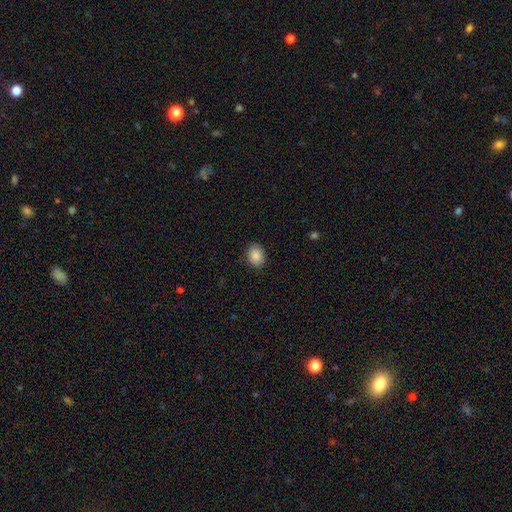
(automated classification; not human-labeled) Smooth or featured?
  - smooth: 87% *
  - star or artifact: 8%
  - featured or disk: 5%
How rounded?
  - in between: 53% *
  - round: 46%
  - cigar-shaped: 1%
Merging?
  - none: 87% *
  - minor disturbance: 10%
  - major disturbance: 2%
  - merger: 1%